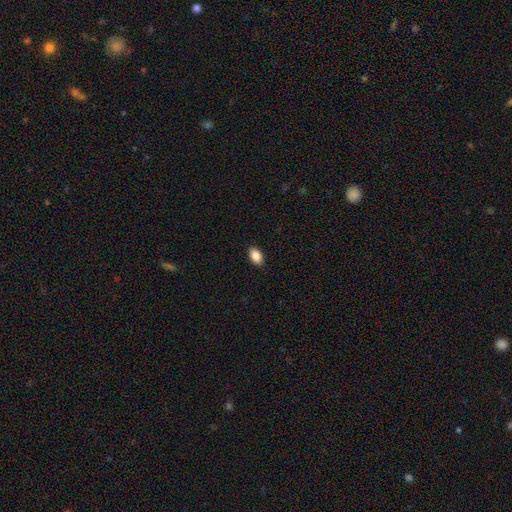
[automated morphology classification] This is clearly a smooth galaxy (89%). How rounded: clearly in between (91%). Merging: clearly none (89%).